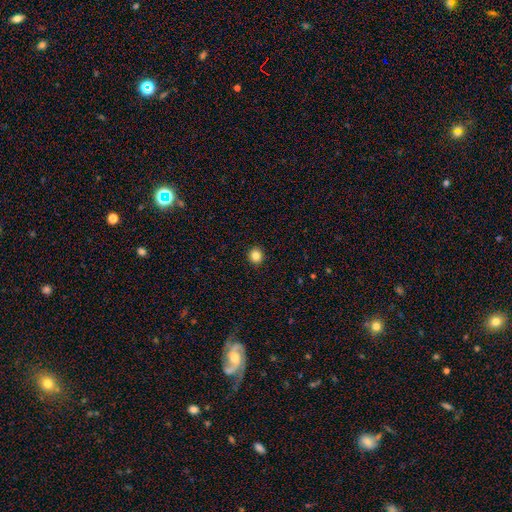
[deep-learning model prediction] Smooth or featured: smooth — 85% (star or artifact — 11%)
How rounded: round — 92% (in between — 7%)
Merging: none — 93% (minor disturbance — 4%)